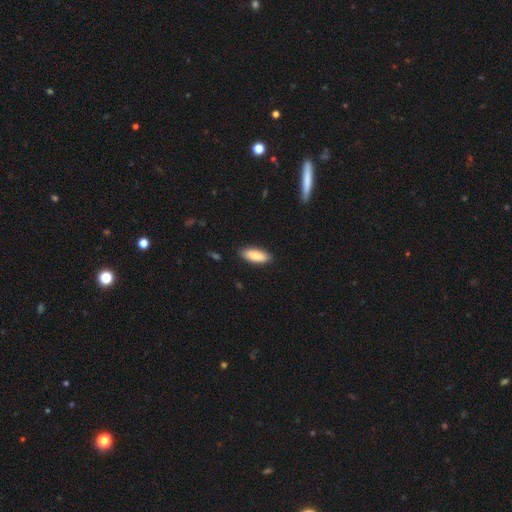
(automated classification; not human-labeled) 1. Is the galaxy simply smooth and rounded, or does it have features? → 85% smooth, 10% featured or disk, 6% star or artifact.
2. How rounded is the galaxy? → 72% in between, 27% cigar-shaped, 2% round.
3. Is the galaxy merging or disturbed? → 88% none, 9% minor disturbance, 2% major disturbance, 1% merger.